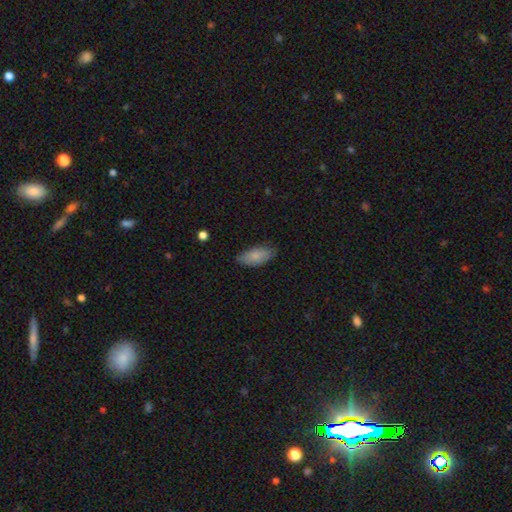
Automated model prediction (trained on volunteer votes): Smooth or featured?
  - smooth: 81% *
  - featured or disk: 12%
  - star or artifact: 6%
How rounded?
  - in between: 87% *
  - cigar-shaped: 11%
  - round: 2%
Merging?
  - none: 80% *
  - minor disturbance: 17%
  - major disturbance: 3%
  - merger: 1%